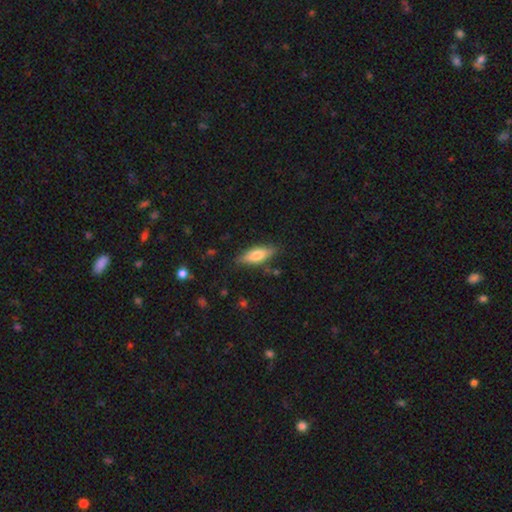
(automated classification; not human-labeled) Q: Smooth or featured?
A: smooth (67%); runner-up: featured or disk (27%)
Q: How rounded?
A: in between (62%); runner-up: cigar-shaped (36%)
Q: Merging?
A: none (80%); runner-up: minor disturbance (15%)